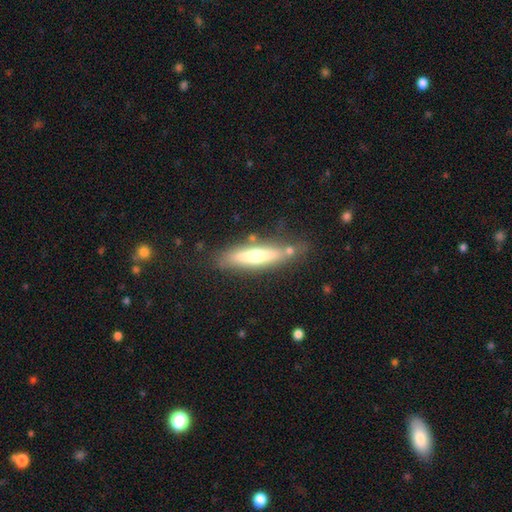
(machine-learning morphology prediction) A featured or disk galaxy (47%). Merging: none (73%).